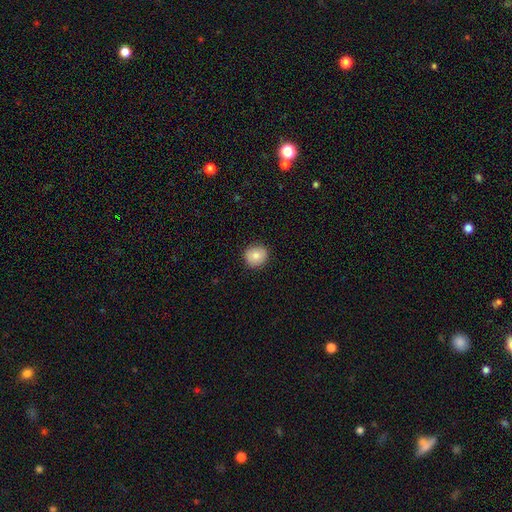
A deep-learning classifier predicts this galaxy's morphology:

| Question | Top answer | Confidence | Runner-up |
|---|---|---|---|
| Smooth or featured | smooth | 82% | featured or disk (10%) |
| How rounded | round | 89% | in between (10%) |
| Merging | none | 89% | minor disturbance (8%) |